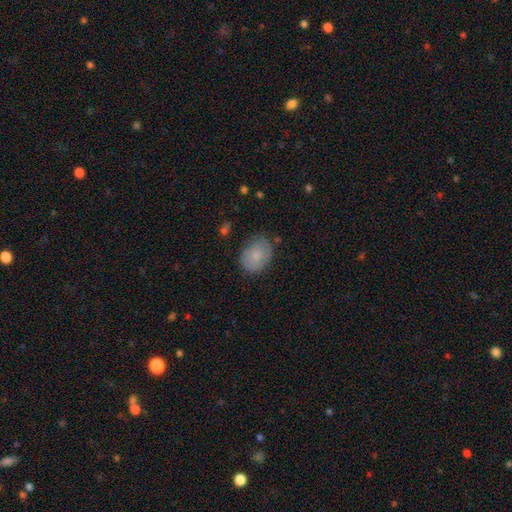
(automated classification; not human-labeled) Smooth or featured? Predicted: smooth (p=0.78). How rounded? Predicted: in between (p=0.69). Merging? Predicted: none (p=0.71).